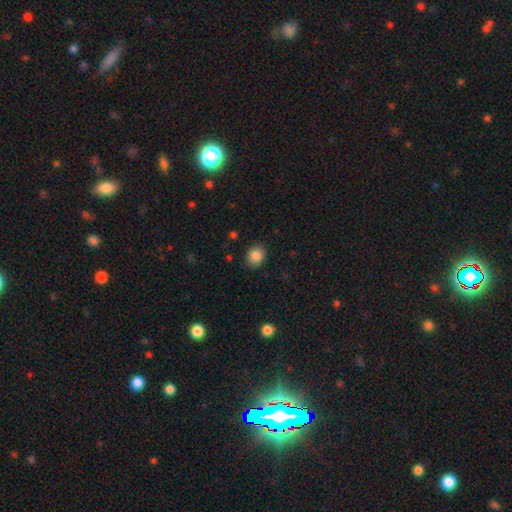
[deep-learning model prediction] The model was most divided on "how rounded": round: 61%, in between: 38%, cigar-shaped: 1%. More confident: merging — none (87%); smooth or featured — smooth (86%).